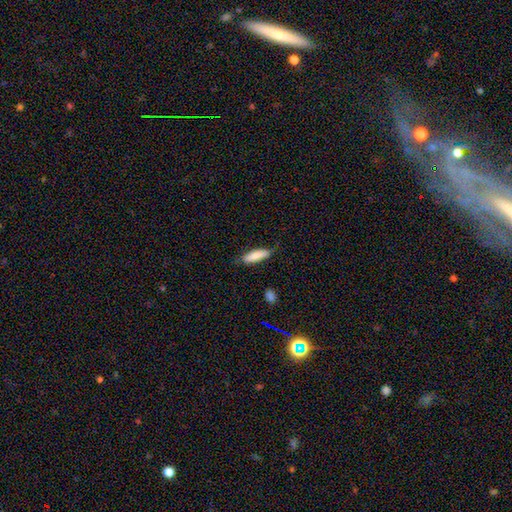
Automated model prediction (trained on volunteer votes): This is clearly a smooth galaxy (83%). How rounded: possibly cigar-shaped (59%). Merging: likely none (77%).